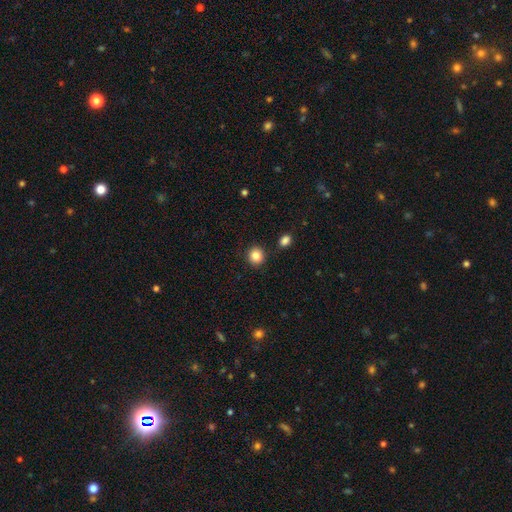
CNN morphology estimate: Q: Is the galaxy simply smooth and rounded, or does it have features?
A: smooth — 86%.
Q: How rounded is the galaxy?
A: round — 88%.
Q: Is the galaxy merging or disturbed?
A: none — 89%.